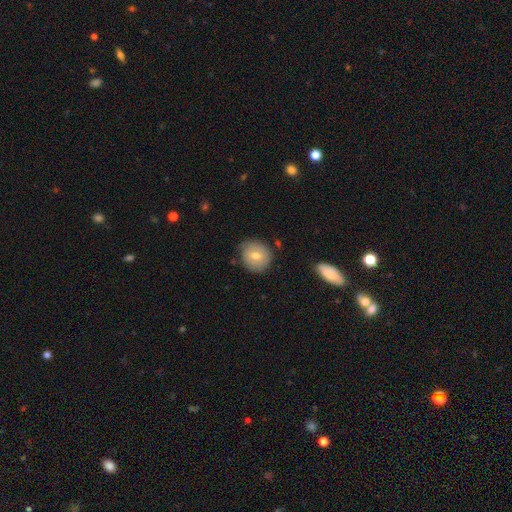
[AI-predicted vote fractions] A smooth galaxy with no disk features (61%) that is round (81%). Merging: none (77%).